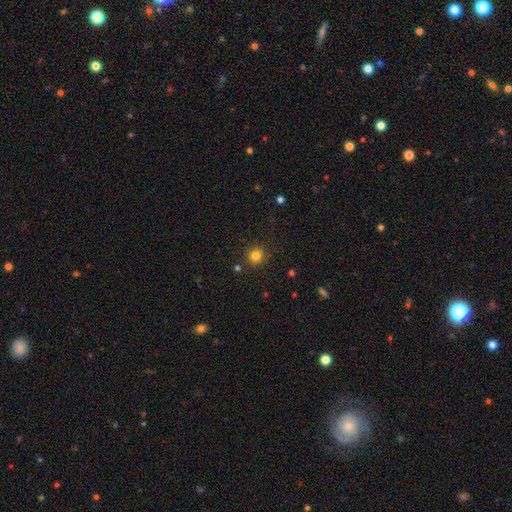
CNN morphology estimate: A smooth galaxy with no disk features (81%) that is round (92%).

Vote fractions:
- Smooth or featured? smooth: 81% / star or artifact: 14% / featured or disk: 5%
- How rounded? round: 92% / in between: 7% / cigar-shaped: 1%
- Merging? none: 88% / minor disturbance: 7% / merger: 3% / major disturbance: 2%